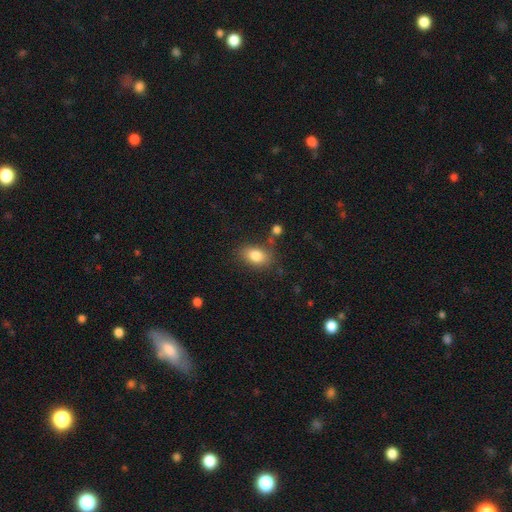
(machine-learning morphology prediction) type=smooth (83%); roundness=in between (83%); merging=none (73%).